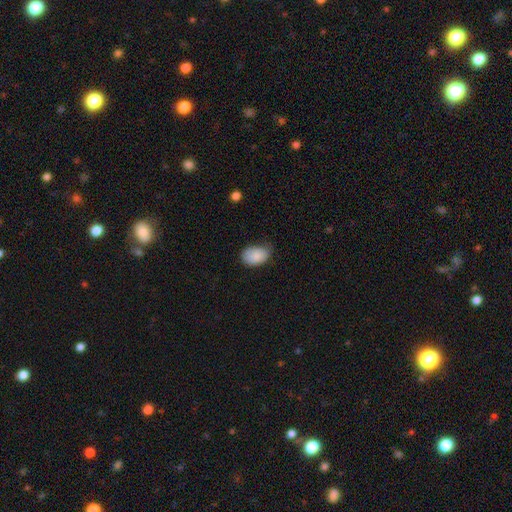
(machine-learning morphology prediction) smooth 86%, star or artifact 7%, featured or disk 6%. Down the decision tree: how rounded — in between (88%); merging — none (56%).